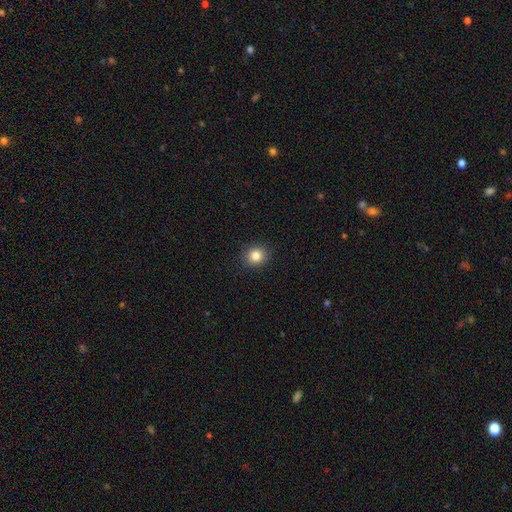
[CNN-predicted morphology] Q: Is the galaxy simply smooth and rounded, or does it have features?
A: smooth — 84%.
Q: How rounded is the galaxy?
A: round — 84%.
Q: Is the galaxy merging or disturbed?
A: none — 91%.